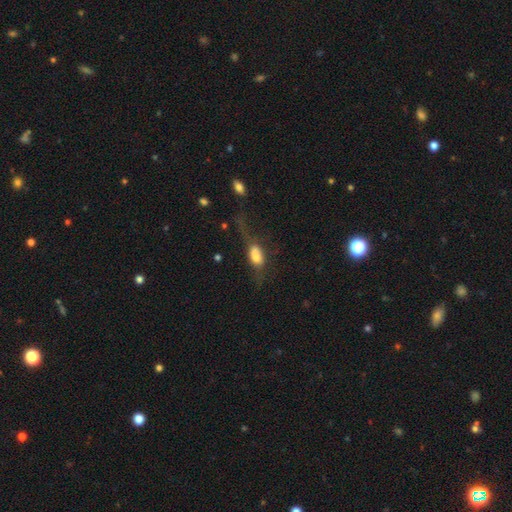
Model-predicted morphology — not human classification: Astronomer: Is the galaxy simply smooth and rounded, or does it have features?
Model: smooth — 62%.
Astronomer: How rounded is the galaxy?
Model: in between — 81%.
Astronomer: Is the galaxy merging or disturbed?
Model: major disturbance — 48% (runner-up: none, 24%).